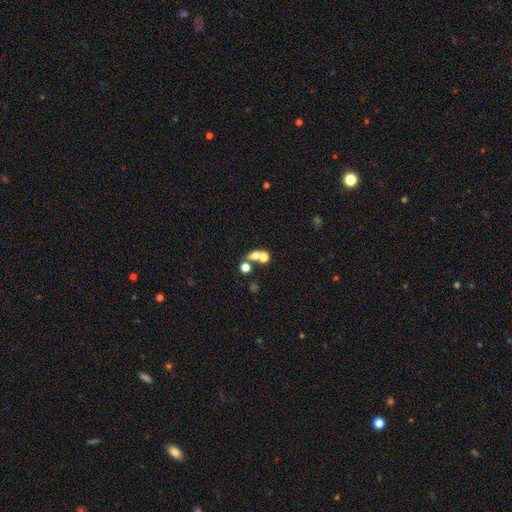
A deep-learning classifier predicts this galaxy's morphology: The model was most divided on "how rounded": round: 53%, in between: 43%, cigar-shaped: 4%. More confident: smooth or featured — smooth (60%); merging — merger (51%).